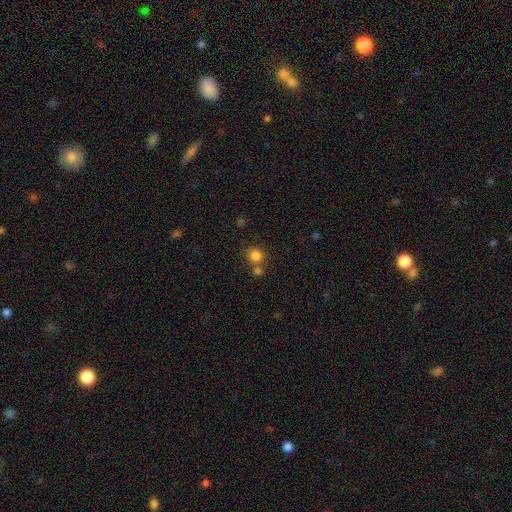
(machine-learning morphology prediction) Smooth or featured? Predicted: smooth (p=0.83). How rounded? Predicted: round (p=0.87). Merging? Predicted: none (p=0.63).